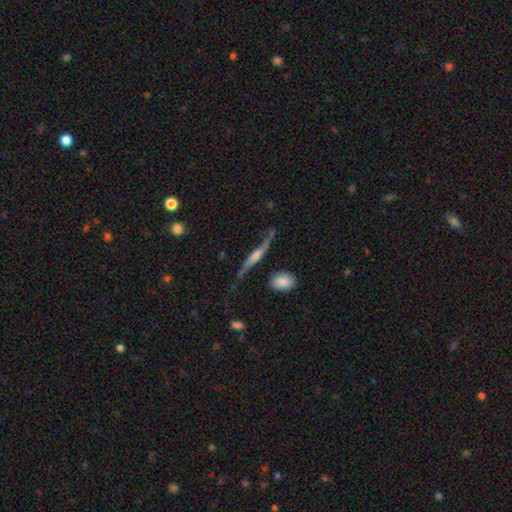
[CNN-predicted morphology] Smooth or featured? featured or disk (74%)
Edge-on disk? yes (84%)
Edge-on bulge? rounded (67%)
Merging? none (63%)